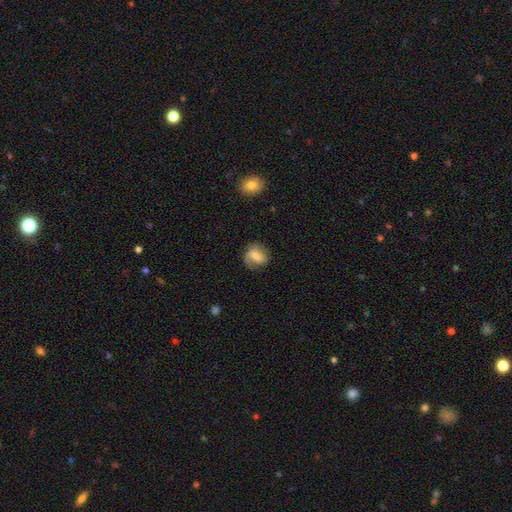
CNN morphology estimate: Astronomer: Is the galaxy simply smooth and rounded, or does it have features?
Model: featured or disk — 47% (runner-up: smooth, 45%).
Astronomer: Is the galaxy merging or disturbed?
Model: none — 70%.